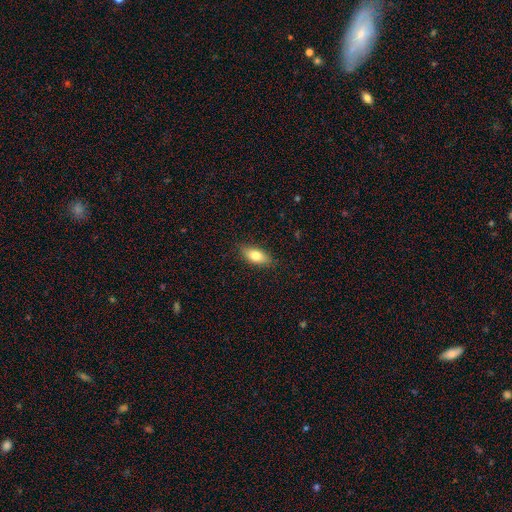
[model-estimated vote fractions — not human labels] Overall: smooth (77%). How rounded: in between (84%). Merging: none (85%).